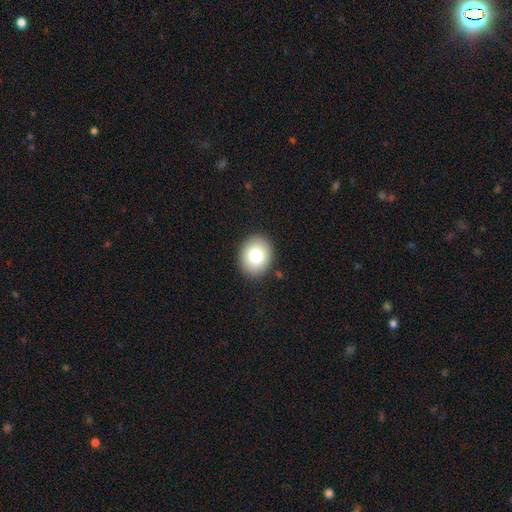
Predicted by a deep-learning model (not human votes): smooth-or-featured: smooth: 79% | featured or disk: 11% | star or artifact: 9%
  how-rounded: round: 58% | in between: 41% | cigar-shaped: 1%
  merging: none: 90% | minor disturbance: 7% | major disturbance: 2% | merger: 1%